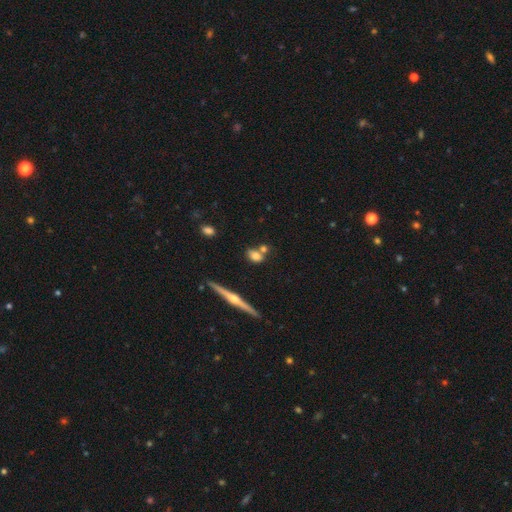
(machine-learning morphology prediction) Q: Smooth or featured?
A: smooth (68%); runner-up: featured or disk (21%)
Q: How rounded?
A: in between (51%); runner-up: round (41%)
Q: Merging?
A: none (55%); runner-up: merger (29%)